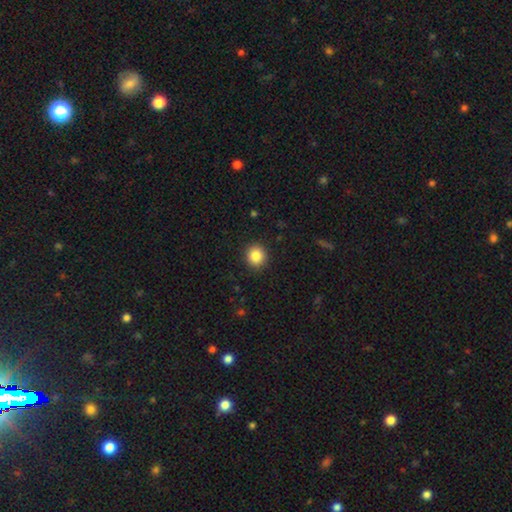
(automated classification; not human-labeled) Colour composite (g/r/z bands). It shows a smooth galaxy with no disk features (85%) that is round (88%). Merging: none (91%).